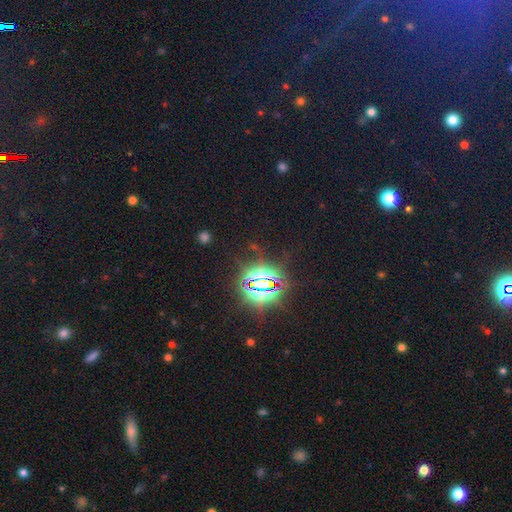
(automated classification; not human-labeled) smooth-or-featured: star or artifact: 82% | smooth: 11% | featured or disk: 7%